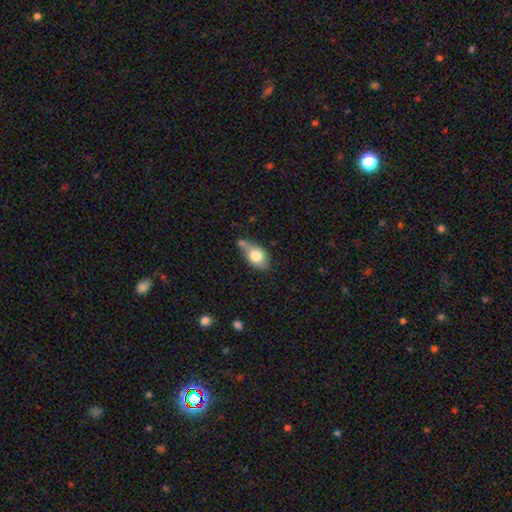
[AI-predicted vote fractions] A smooth galaxy with no disk features (75%) that is in between round and cigar-shaped (81%).

Vote fractions:
- Smooth or featured? smooth: 75% / featured or disk: 18% / star or artifact: 7%
- How rounded? in between: 81% / round: 16% / cigar-shaped: 3%
- Merging? none: 37% / minor disturbance: 27% / merger: 25% / major disturbance: 11%